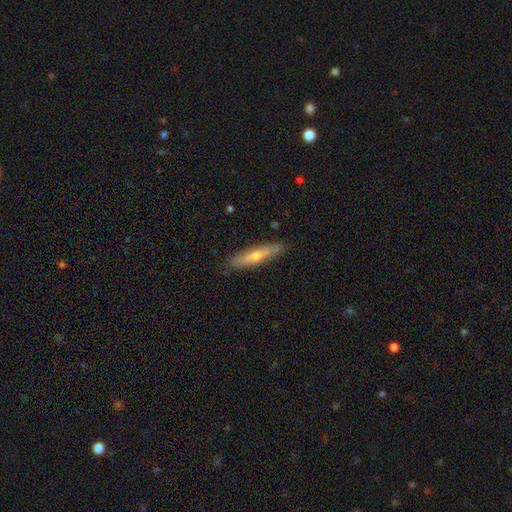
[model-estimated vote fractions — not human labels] This is possibly a featured or disk galaxy (50%). Merging: clearly none (84%).